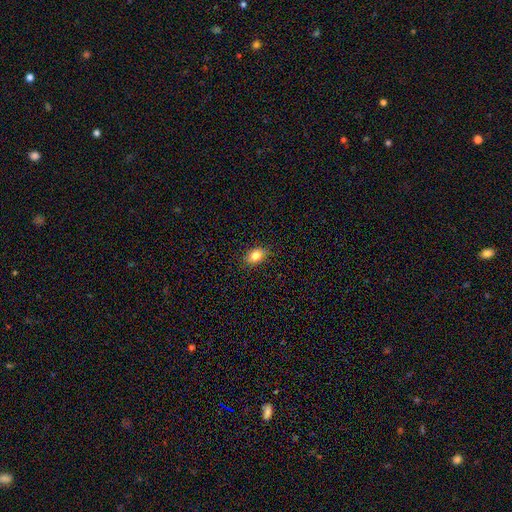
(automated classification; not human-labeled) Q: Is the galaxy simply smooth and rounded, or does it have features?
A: smooth — 82%.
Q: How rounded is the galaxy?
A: in between — 76%.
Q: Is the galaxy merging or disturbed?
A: none — 87%.